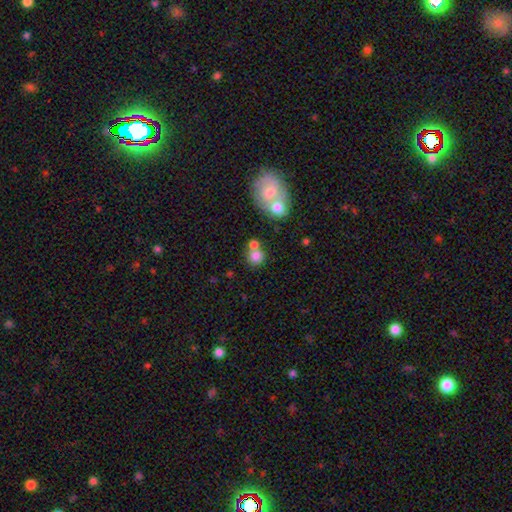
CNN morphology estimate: smooth-or-featured: smooth: 78% | star or artifact: 11% | featured or disk: 11%
  how-rounded: round: 85% | in between: 14% | cigar-shaped: 1%
  merging: none: 49% | merger: 39% | minor disturbance: 8% | major disturbance: 4%